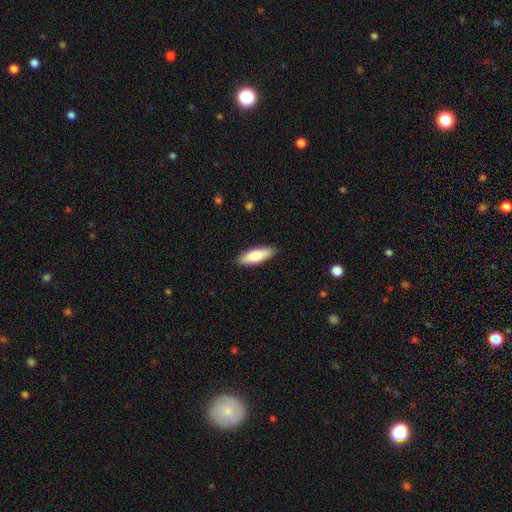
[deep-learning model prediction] Smooth or featured? smooth (78%)
How rounded? in between (52%)
Merging? none (90%)